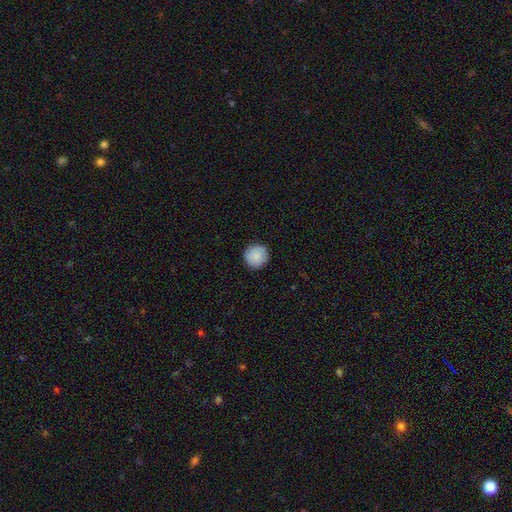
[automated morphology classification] A smooth galaxy with no disk features (87%) that is round (94%). Merging: none (89%).